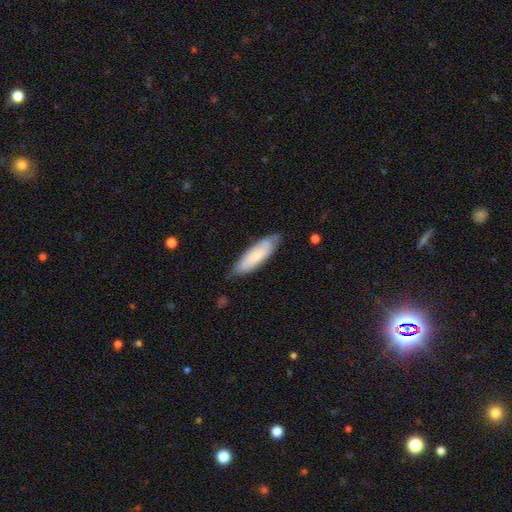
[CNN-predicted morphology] This is likely a smooth galaxy (65%). How rounded: possibly cigar-shaped (51%). Merging: likely none (72%).